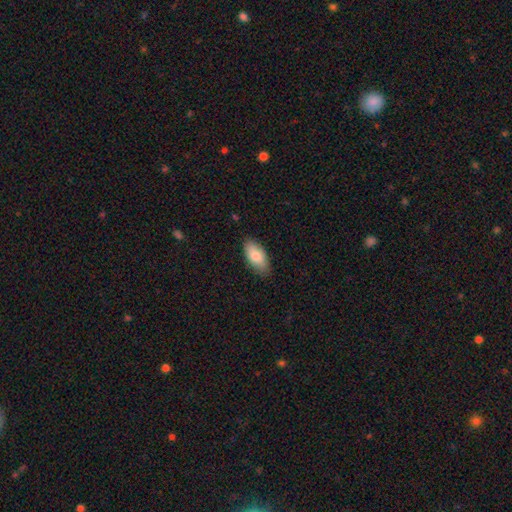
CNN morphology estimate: Smooth or featured: smooth — 82% (featured or disk — 12%)
How rounded: in between — 89% (cigar-shaped — 8%)
Merging: none — 82% (minor disturbance — 14%)